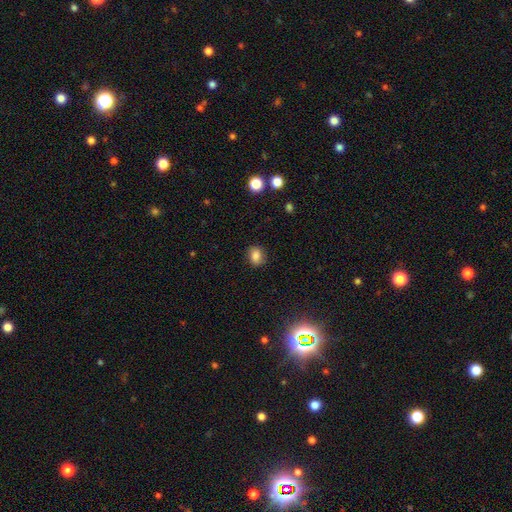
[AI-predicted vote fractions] smooth-or-featured: smooth: 82% | star or artifact: 11% | featured or disk: 7%
  how-rounded: in between: 52% | round: 47% | cigar-shaped: 1%
  merging: none: 84% | minor disturbance: 12% | major disturbance: 3% | merger: 1%